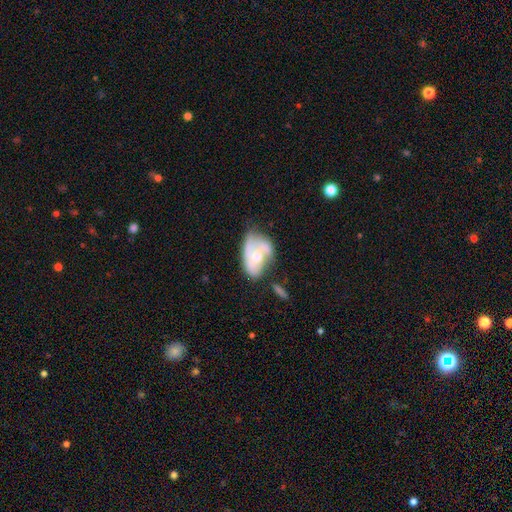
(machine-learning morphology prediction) This appears to be a featured or disk galaxy (61%) with no bar (72%), spiral arms (63%) and a moderate central bulge (69%). Merging: minor disturbance (31%).